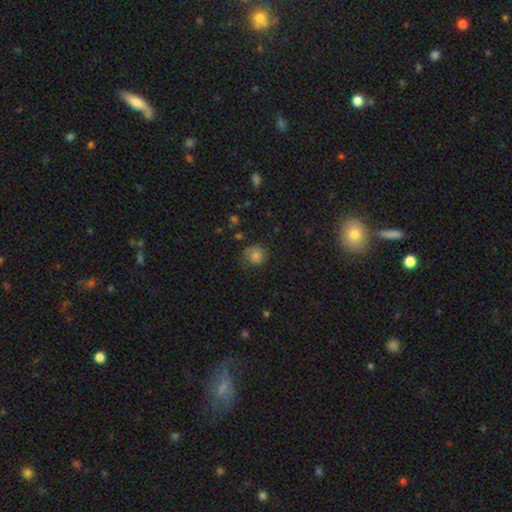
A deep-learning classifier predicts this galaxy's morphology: smooth_or_featured: smooth (p=0.73) [alt: featured or disk p=0.17]
how_rounded: round (p=0.84) [alt: in between p=0.16]
merging: none (p=0.59) [alt: minor disturbance p=0.25]